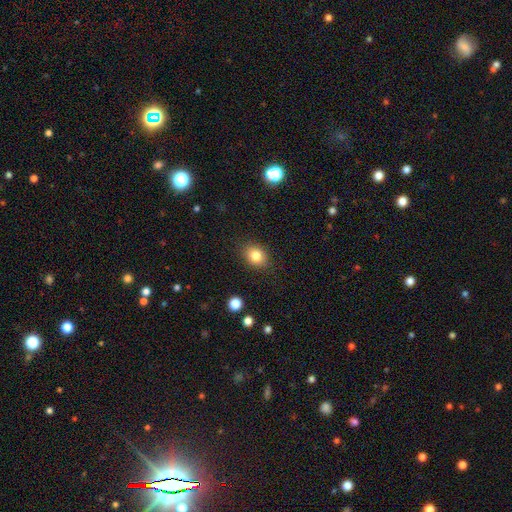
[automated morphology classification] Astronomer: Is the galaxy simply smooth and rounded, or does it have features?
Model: smooth — 83%.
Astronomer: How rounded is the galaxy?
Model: in between — 59% (runner-up: round, 40%).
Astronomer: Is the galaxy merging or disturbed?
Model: none — 86%.